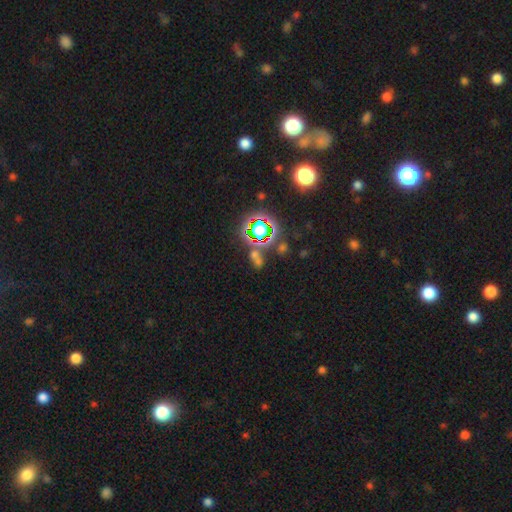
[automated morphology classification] smooth_or_featured: star or artifact (p=0.60) [alt: smooth p=0.28]